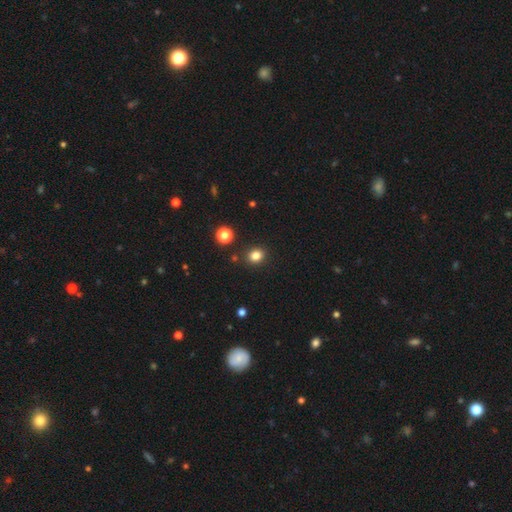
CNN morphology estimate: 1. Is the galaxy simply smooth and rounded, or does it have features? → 82% smooth, 13% star or artifact, 4% featured or disk.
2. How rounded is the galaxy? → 68% round, 31% in between, 1% cigar-shaped.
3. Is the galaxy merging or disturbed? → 87% none, 7% minor disturbance, 3% merger, 2% major disturbance.